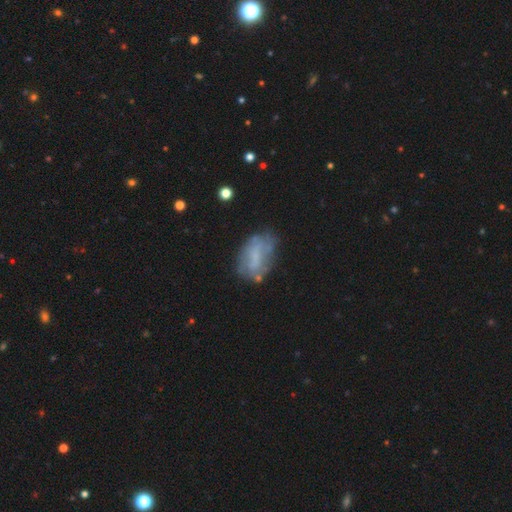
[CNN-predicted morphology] A smooth galaxy with no disk features (47%). Merging: none (55%).